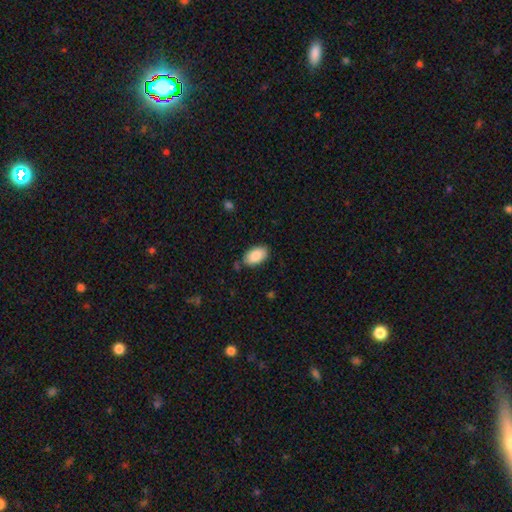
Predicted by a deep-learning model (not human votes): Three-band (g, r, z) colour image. It shows a smooth galaxy with no disk features (87%) that is in between round and cigar-shaped (94%). Merging: none (79%).